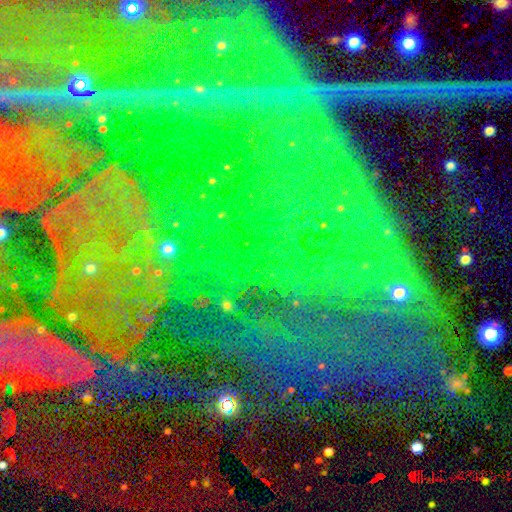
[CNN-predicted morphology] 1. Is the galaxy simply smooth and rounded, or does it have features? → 82% star or artifact, 11% featured or disk, 7% smooth.